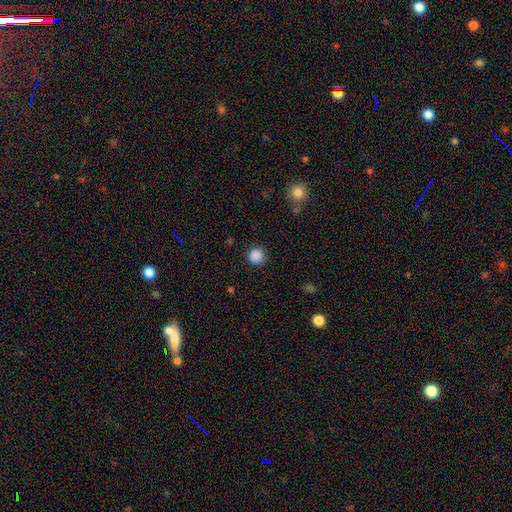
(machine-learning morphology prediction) Smooth or featured? smooth (87%)
How rounded? round (94%)
Merging? none (90%)